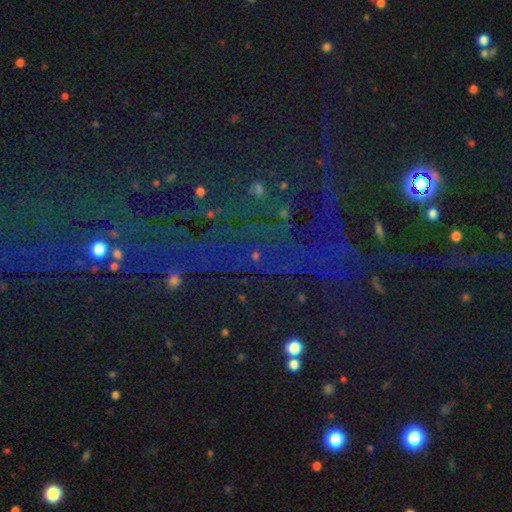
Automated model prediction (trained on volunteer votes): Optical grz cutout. It shows a star or artifact, not a galaxy (77%).